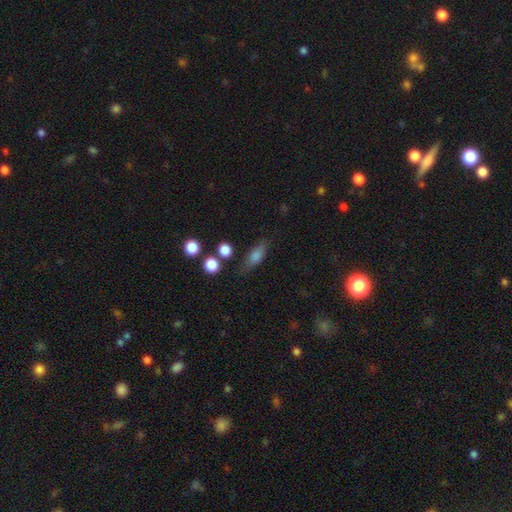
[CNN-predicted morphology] smooth-or-featured: smooth: 72% | featured or disk: 18% | star or artifact: 10%
  how-rounded: in between: 63% | cigar-shaped: 29% | round: 9%
  merging: none: 71% | minor disturbance: 18% | major disturbance: 6% | merger: 5%